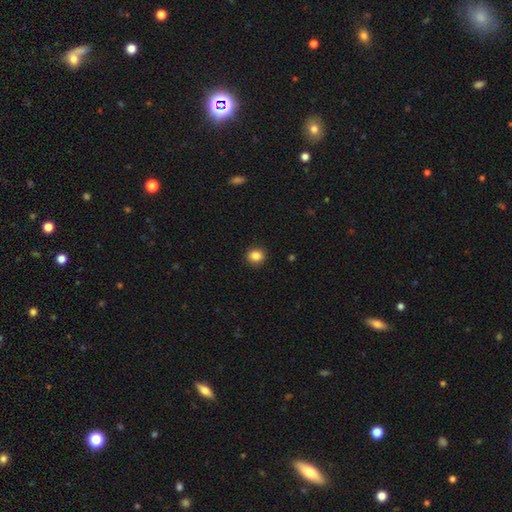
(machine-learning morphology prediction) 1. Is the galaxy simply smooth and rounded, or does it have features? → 85% smooth, 10% star or artifact, 5% featured or disk.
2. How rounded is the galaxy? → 84% round, 15% in between, 1% cigar-shaped.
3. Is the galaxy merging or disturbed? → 92% none, 6% minor disturbance, 2% major disturbance, 1% merger.